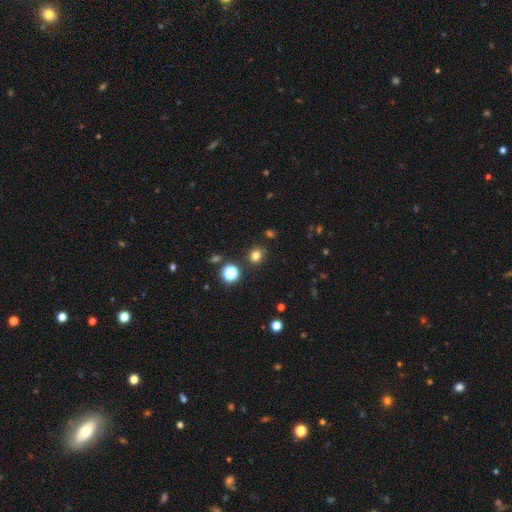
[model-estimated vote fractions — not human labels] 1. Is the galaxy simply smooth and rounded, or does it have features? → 78% smooth, 17% star or artifact, 5% featured or disk.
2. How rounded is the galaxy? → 81% round, 18% in between, 1% cigar-shaped.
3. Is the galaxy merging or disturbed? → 85% none, 9% minor disturbance, 3% merger, 3% major disturbance.